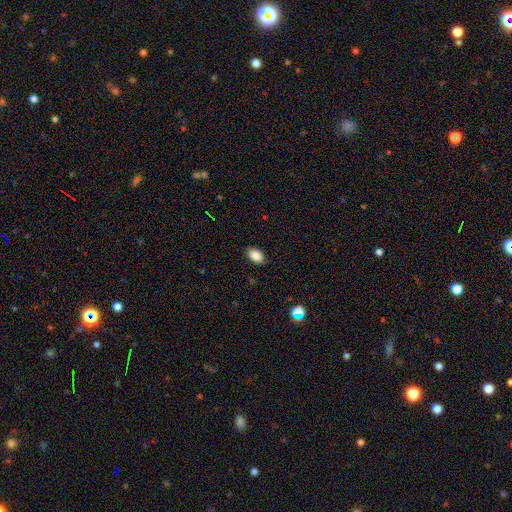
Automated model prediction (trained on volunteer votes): A smooth galaxy with no disk features (86%) that is in between round and cigar-shaped (88%). Merging: none (86%).